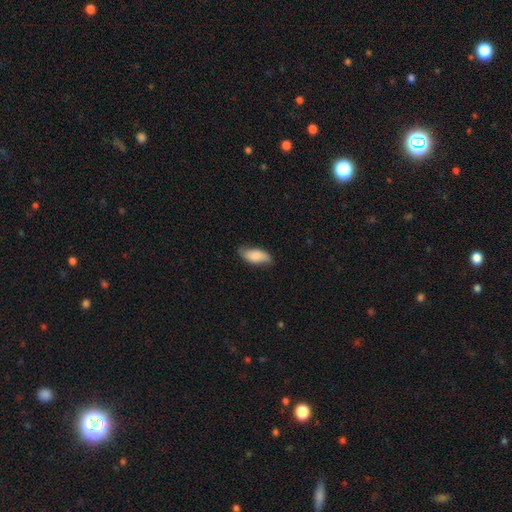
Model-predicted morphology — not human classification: Smooth or featured? smooth (79%)
How rounded? in between (87%)
Merging? none (70%)